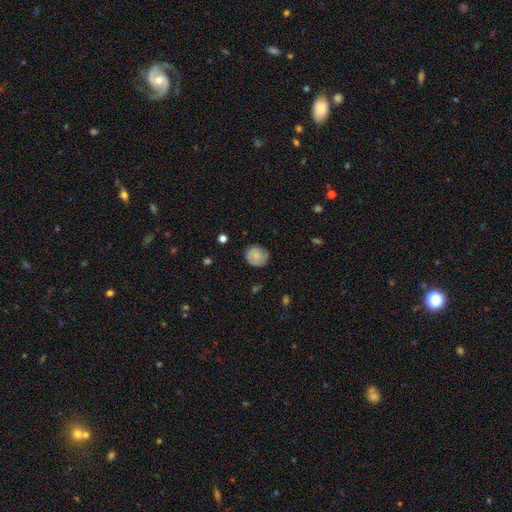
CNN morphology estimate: The model was most divided on "merging": none: 74%, minor disturbance: 20%, major disturbance: 5%, merger: 1%. More confident: how rounded — round (80%); smooth or featured — smooth (75%).